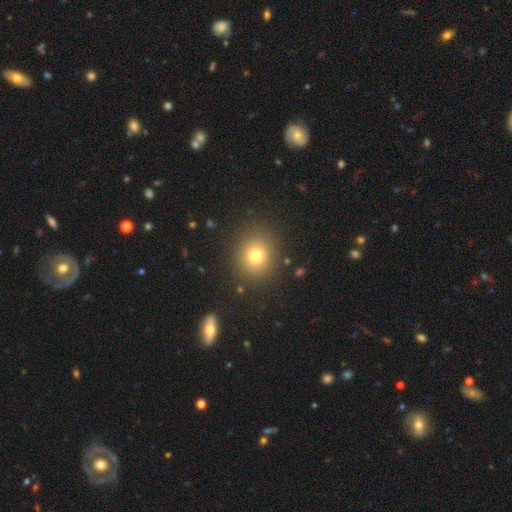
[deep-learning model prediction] smooth_or_featured: smooth (p=0.75) [alt: star or artifact p=0.16]
how_rounded: round (p=0.76) [alt: in between p=0.23]
merging: none (p=0.88) [alt: minor disturbance p=0.07]